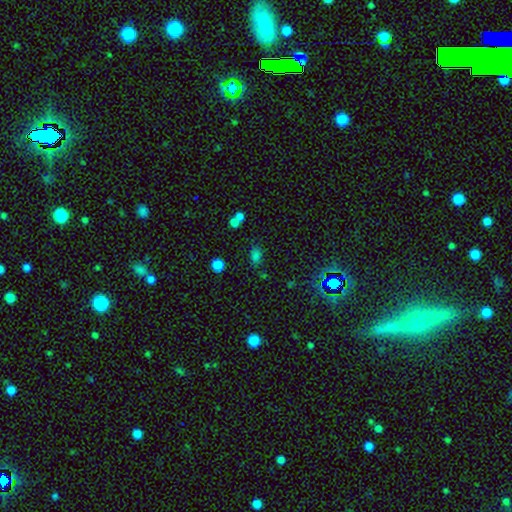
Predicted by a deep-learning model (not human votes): Smooth or featured?
  - smooth: 70% *
  - star or artifact: 23%
  - featured or disk: 7%
How rounded?
  - in between: 79% *
  - round: 17%
  - cigar-shaped: 3%
Merging?
  - none: 64% *
  - minor disturbance: 17%
  - merger: 12%
  - major disturbance: 7%